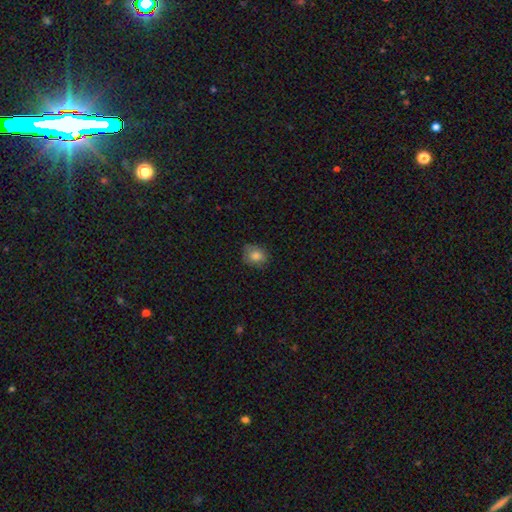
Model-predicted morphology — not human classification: type=smooth (81%); roundness=round (59%); merging=none (74%).